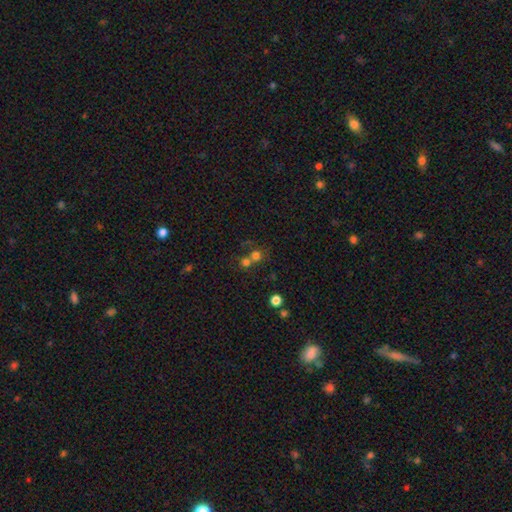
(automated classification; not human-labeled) Smooth or featured? smooth (69%)
How rounded? round (86%)
Merging? merger (46%)